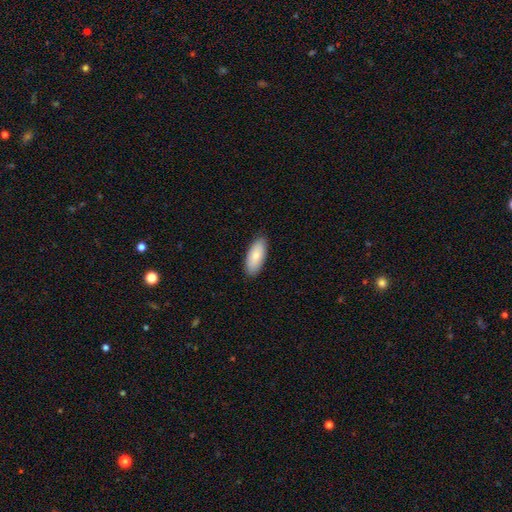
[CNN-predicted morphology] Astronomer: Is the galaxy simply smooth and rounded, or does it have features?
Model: smooth — 83%.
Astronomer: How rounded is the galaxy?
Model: in between — 84%.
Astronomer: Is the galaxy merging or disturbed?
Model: none — 88%.